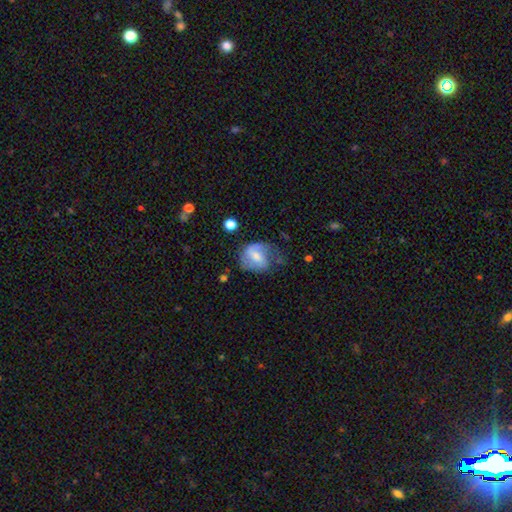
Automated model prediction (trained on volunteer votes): This appears to be a featured or disk galaxy (48%). Merging: none (38%).